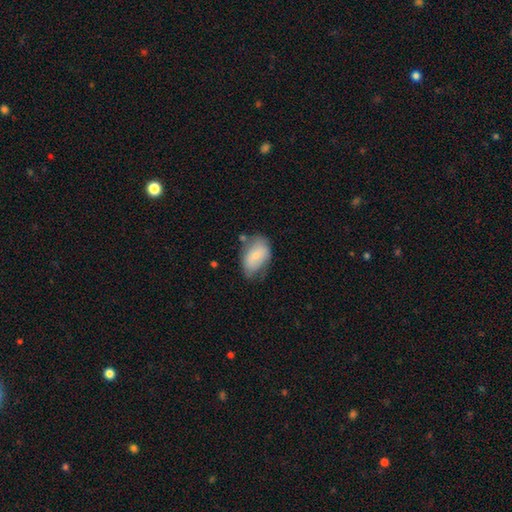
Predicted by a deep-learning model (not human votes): This is likely a smooth galaxy (72%). How rounded: clearly in between (90%). Merging: possibly none (54%).